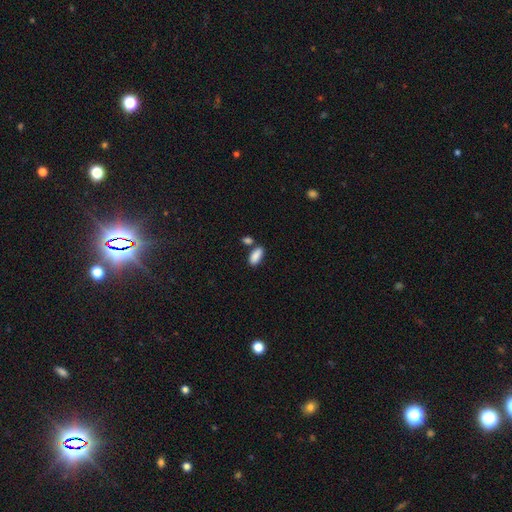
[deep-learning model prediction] smooth-or-featured: smooth: 89% | star or artifact: 7% | featured or disk: 4%
  how-rounded: in between: 87% | cigar-shaped: 10% | round: 3%
  merging: none: 66% | merger: 18% | minor disturbance: 13% | major disturbance: 3%